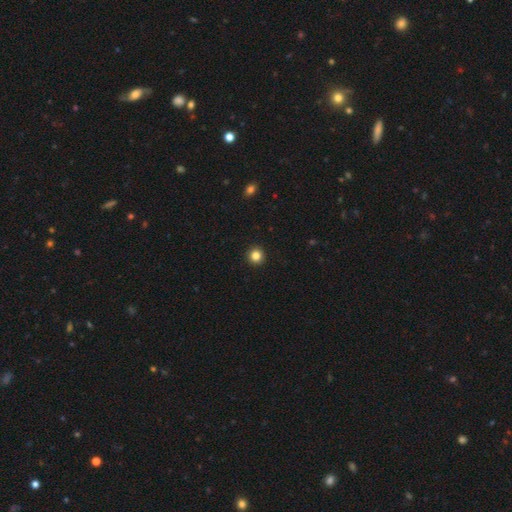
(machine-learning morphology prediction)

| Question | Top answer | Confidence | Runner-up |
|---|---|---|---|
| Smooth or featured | smooth | 84% | star or artifact (12%) |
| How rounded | round | 95% | in between (4%) |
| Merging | none | 94% | minor disturbance (4%) |